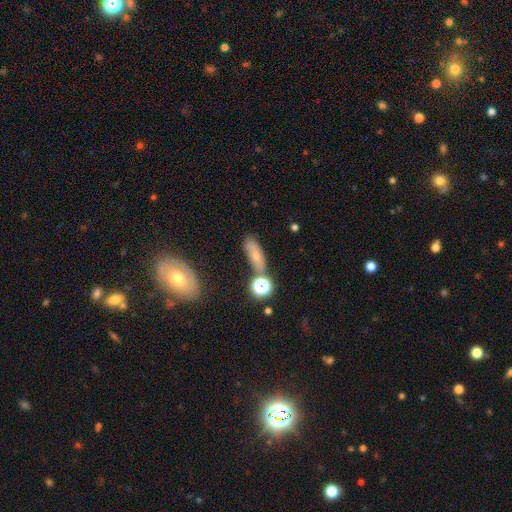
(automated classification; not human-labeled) Overall: smooth (60%; featured or disk 23%). How rounded: in between (64%; cigar-shaped 26%). Merging: none (67%).